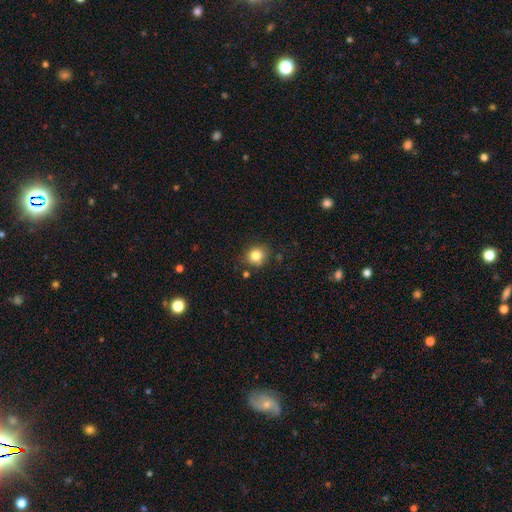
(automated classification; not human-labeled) Morphology: type=smooth (82%); roundness=round (81%); merging=none (82%).